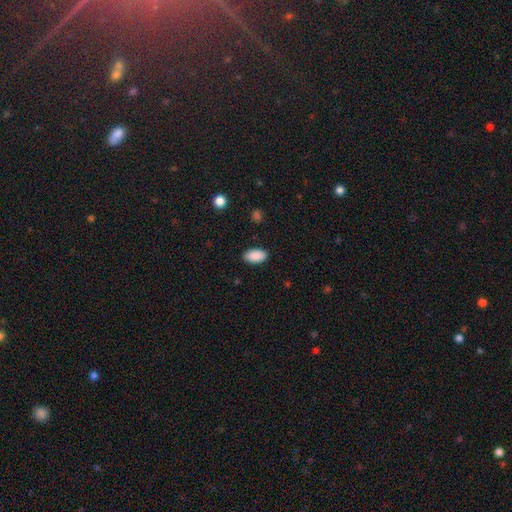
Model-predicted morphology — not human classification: type=smooth (90%); roundness=in between (94%); merging=none (88%).